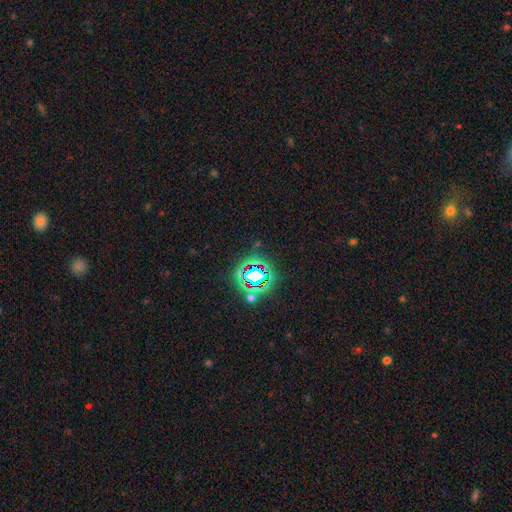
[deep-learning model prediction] star or artifact 79%, smooth 13%, featured or disk 8%.